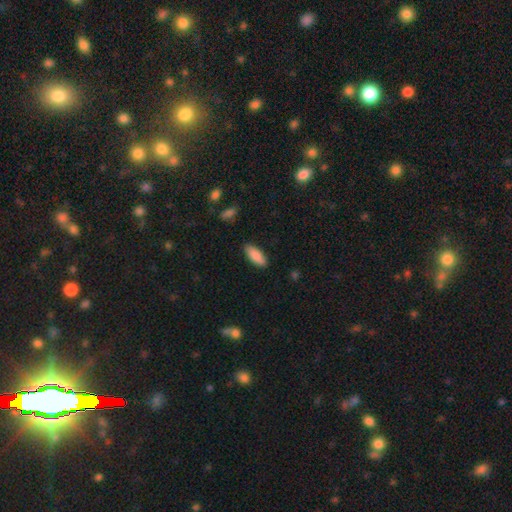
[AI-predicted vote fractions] The model was most divided on "how rounded": in between: 77%, cigar-shaped: 21%, round: 2%. More confident: smooth or featured — smooth (88%); merging — none (85%).